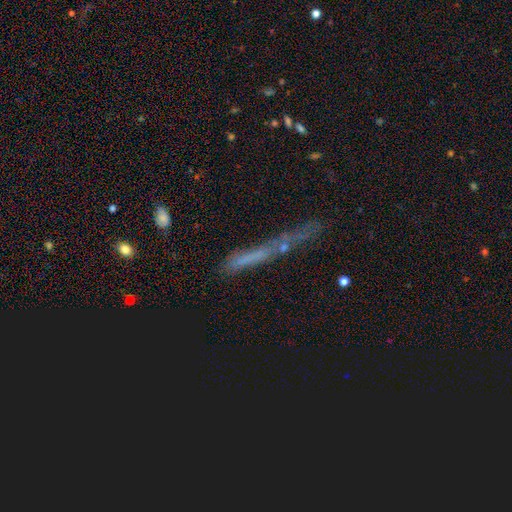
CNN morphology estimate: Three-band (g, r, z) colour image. It shows a smooth galaxy with no disk features (38%). Merging: none (64%).